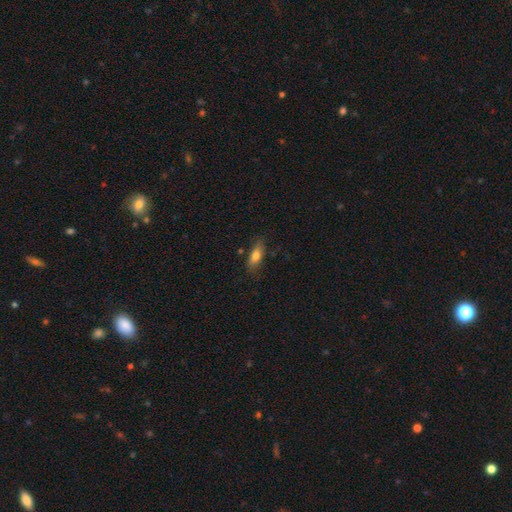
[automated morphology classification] Smooth or featured?
  - smooth: 75% *
  - featured or disk: 17%
  - star or artifact: 8%
How rounded?
  - in between: 69% *
  - cigar-shaped: 28%
  - round: 3%
Merging?
  - none: 75% *
  - minor disturbance: 18%
  - major disturbance: 4%
  - merger: 3%